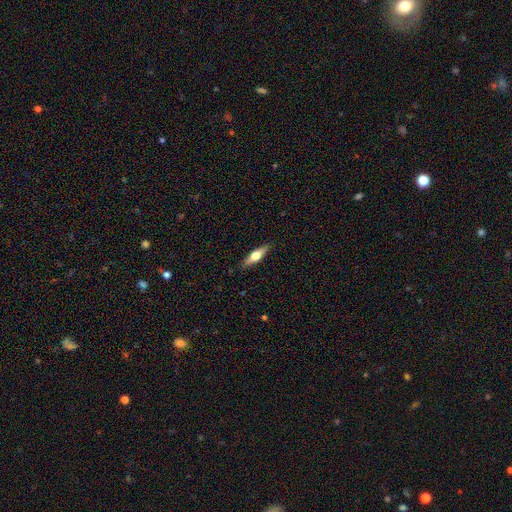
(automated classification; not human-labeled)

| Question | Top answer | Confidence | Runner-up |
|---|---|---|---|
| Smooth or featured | featured or disk | 52% | smooth (42%) |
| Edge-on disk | yes | 93% | no (7%) |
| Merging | none | 88% | minor disturbance (9%) |